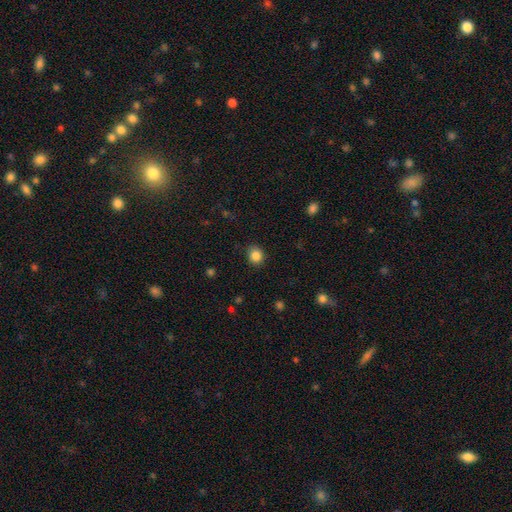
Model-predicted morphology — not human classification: Smooth or featured? smooth (86%)
How rounded? round (74%)
Merging? none (86%)